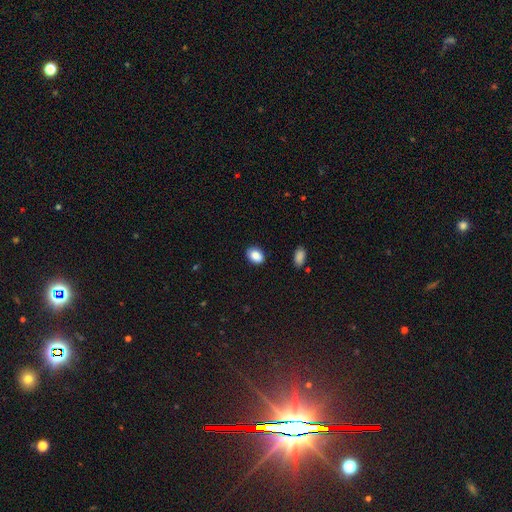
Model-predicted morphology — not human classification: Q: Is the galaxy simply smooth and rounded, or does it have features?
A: smooth — 86%.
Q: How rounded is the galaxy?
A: in between — 75%.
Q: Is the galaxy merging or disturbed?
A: none — 87%.